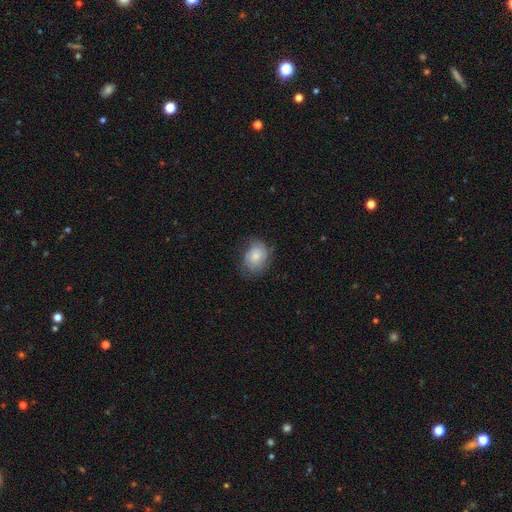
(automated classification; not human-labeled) A smooth galaxy with no disk features (63%) that is in between round and cigar-shaped (58%).

Vote fractions:
- Smooth or featured? smooth: 63% / featured or disk: 30% / star or artifact: 8%
- How rounded? in between: 58% / round: 41% / cigar-shaped: 1%
- Merging? none: 61% / minor disturbance: 27% / major disturbance: 10% / merger: 1%